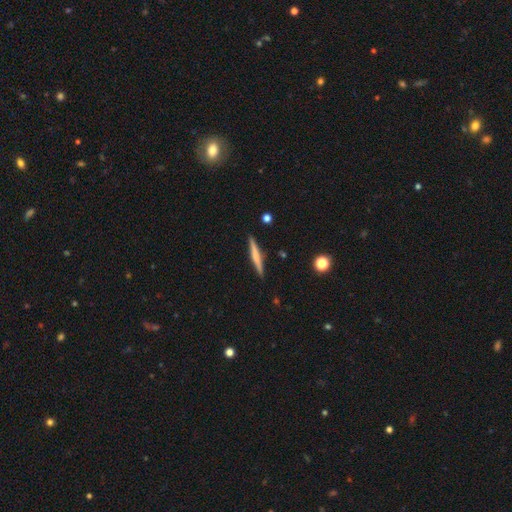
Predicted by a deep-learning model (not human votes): The model was most divided on "smooth or featured": featured or disk: 49%, smooth: 45%, star or artifact: 6%. More confident: merging — none (90%).